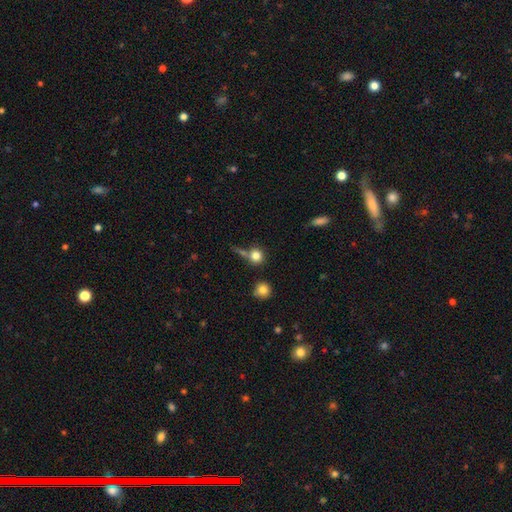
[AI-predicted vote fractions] This appears to be a smooth galaxy with no disk features (80%) that is round (88%). Merging: none (59%).